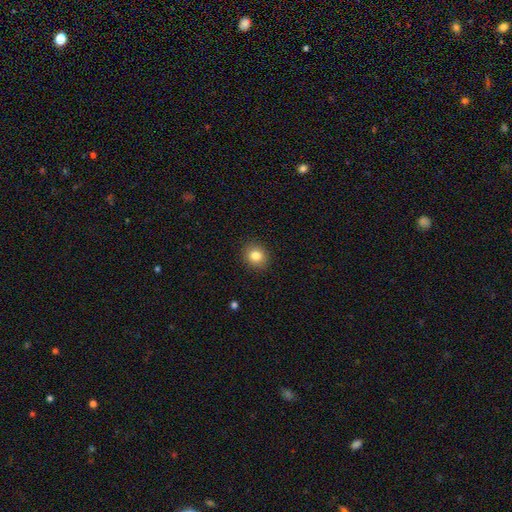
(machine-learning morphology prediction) Smooth or featured?
  - smooth: 84% *
  - star or artifact: 10%
  - featured or disk: 6%
How rounded?
  - round: 78% *
  - in between: 22%
  - cigar-shaped: 1%
Merging?
  - none: 90% *
  - minor disturbance: 7%
  - major disturbance: 2%
  - merger: 1%